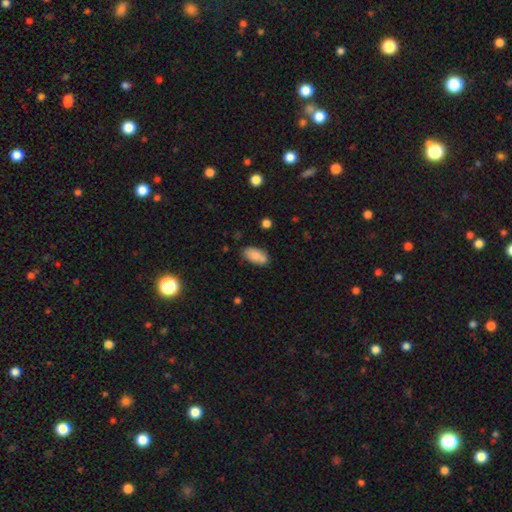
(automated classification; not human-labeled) This appears to be a smooth galaxy with no disk features (85%) that is in between round and cigar-shaped (92%). Merging: none (77%).